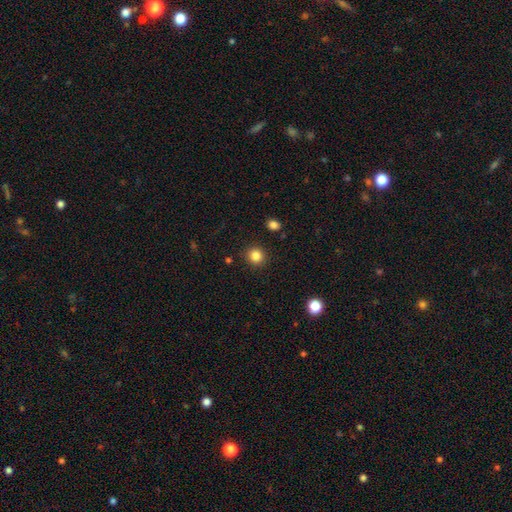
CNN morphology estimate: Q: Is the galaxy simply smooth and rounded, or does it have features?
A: smooth — 84%.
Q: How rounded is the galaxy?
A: round — 91%.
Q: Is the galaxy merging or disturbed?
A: none — 91%.